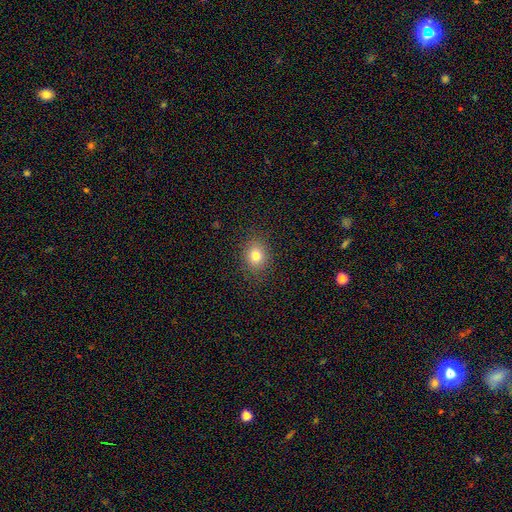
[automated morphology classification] Smooth or featured? Predicted: smooth (p=0.78). How rounded? Predicted: round (p=0.56). Merging? Predicted: none (p=0.88).